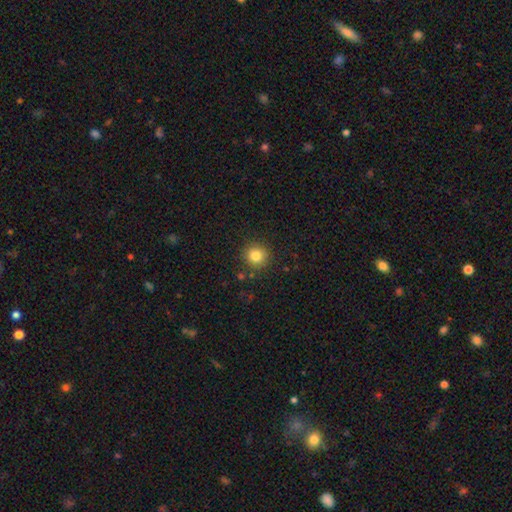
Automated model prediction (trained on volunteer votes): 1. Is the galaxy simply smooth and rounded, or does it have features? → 82% smooth, 12% star or artifact, 6% featured or disk.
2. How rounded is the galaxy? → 92% round, 7% in between, 1% cigar-shaped.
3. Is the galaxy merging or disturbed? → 87% none, 8% minor disturbance, 3% merger, 3% major disturbance.